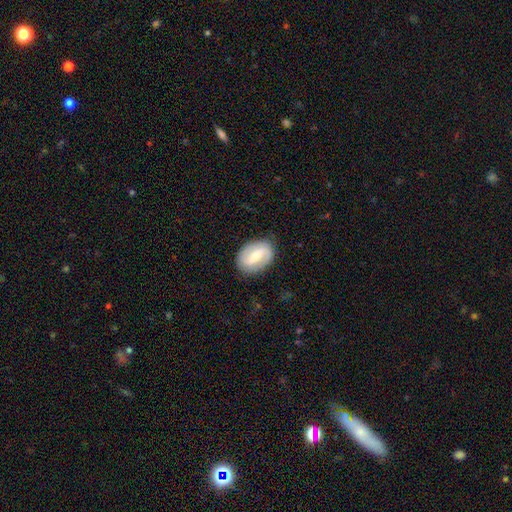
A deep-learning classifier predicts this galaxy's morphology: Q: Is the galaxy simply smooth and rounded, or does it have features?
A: featured or disk — 71%.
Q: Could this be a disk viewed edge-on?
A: no — 96%.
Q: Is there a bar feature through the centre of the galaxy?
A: strong — 45%.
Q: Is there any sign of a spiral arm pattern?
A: yes — 85%.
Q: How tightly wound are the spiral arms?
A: loose — 40%.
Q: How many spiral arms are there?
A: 2 — 88%.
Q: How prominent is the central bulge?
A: moderate — 51%.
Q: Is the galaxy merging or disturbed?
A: none — 84%.